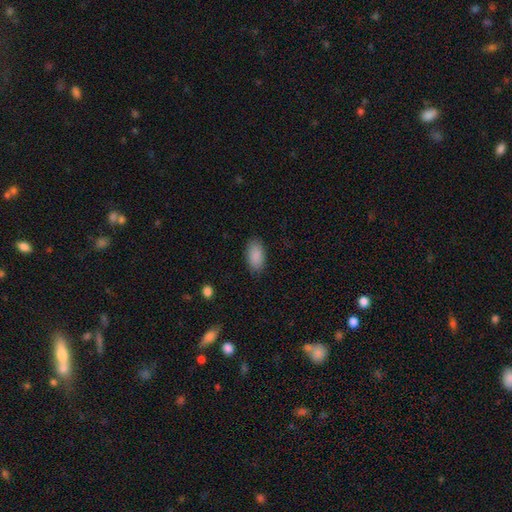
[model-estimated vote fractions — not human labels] A smooth galaxy with no disk features (90%) that is in between round and cigar-shaped (94%). Merging: none (87%).